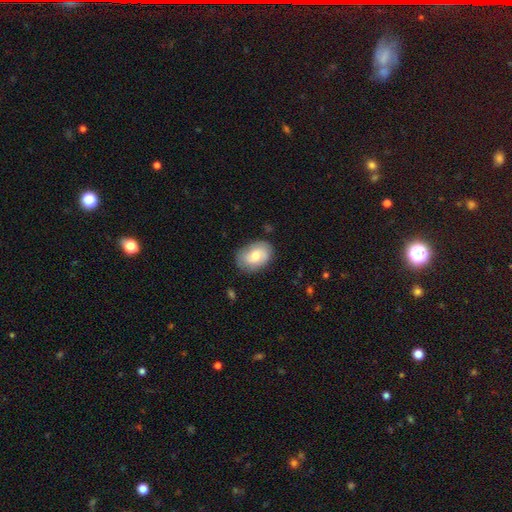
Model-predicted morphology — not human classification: A smooth galaxy with no disk features (58%) that is in between round and cigar-shaped (80%). Merging: none (76%).